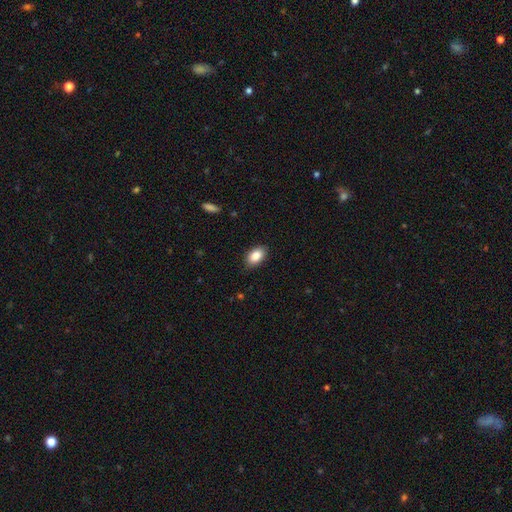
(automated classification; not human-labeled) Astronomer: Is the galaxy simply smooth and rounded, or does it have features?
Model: smooth — 87%.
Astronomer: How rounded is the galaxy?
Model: in between — 91%.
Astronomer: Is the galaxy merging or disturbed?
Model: none — 86%.